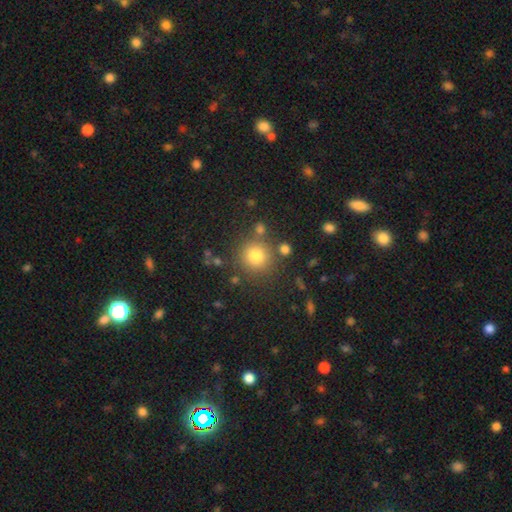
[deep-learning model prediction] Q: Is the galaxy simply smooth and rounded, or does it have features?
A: smooth — 79%.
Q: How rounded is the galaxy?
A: round — 93%.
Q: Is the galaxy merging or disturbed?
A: none — 81%.